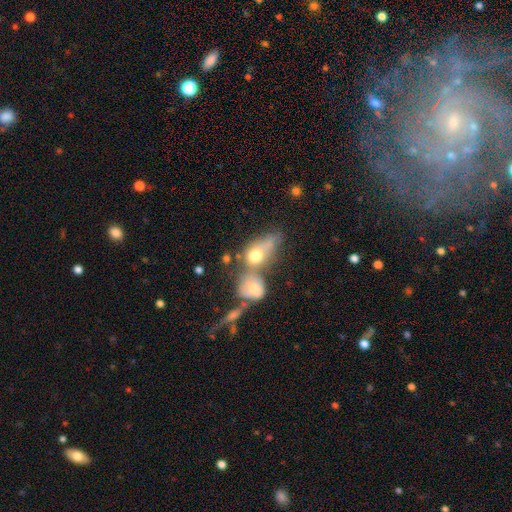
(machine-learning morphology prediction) Smooth or featured?
  - smooth: 64% *
  - featured or disk: 26%
  - star or artifact: 11%
How rounded?
  - in between: 54% *
  - round: 41%
  - cigar-shaped: 5%
Merging?
  - merger: 64% *
  - none: 14%
  - major disturbance: 12%
  - minor disturbance: 9%